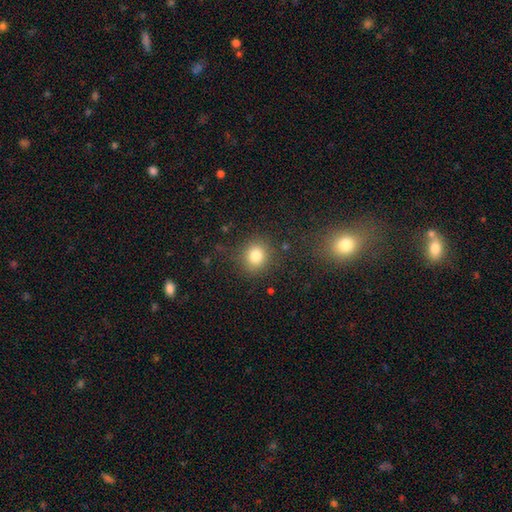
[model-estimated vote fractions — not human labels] Q: Smooth or featured?
A: smooth (81%); runner-up: star or artifact (12%)
Q: How rounded?
A: round (82%); runner-up: in between (17%)
Q: Merging?
A: none (84%); runner-up: minor disturbance (10%)